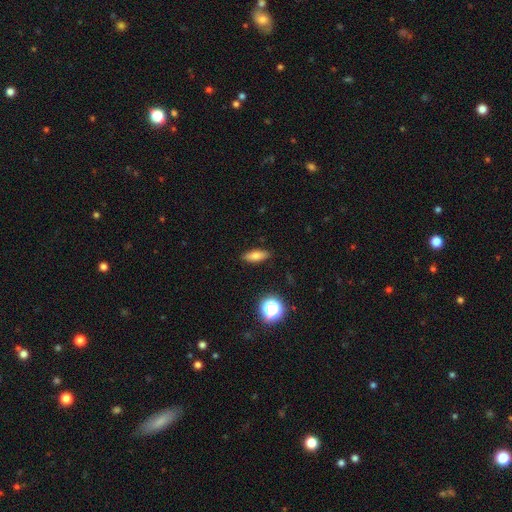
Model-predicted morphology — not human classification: Q: Smooth or featured?
A: smooth (76%); runner-up: featured or disk (13%)
Q: How rounded?
A: in between (66%); runner-up: cigar-shaped (29%)
Q: Merging?
A: none (88%); runner-up: minor disturbance (8%)